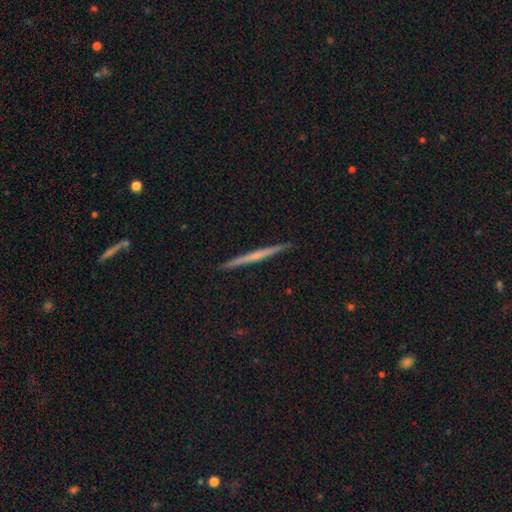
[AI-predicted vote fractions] Smooth or featured? featured or disk (58%)
Edge-on disk? yes (98%)
Edge-on bulge? none (75%)
Merging? none (92%)